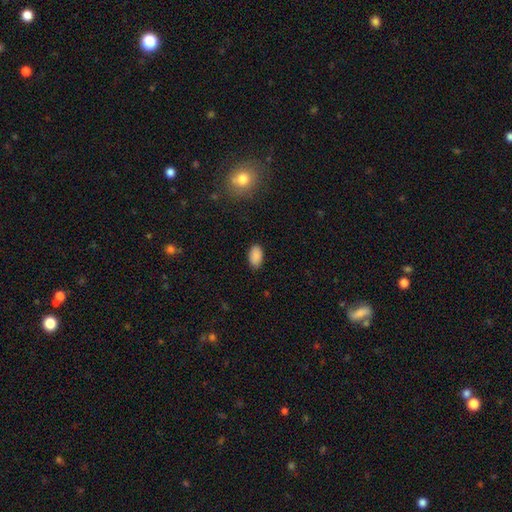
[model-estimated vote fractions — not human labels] This appears to be a smooth galaxy with no disk features (89%) that is in between round and cigar-shaped (93%). Merging: none (86%).